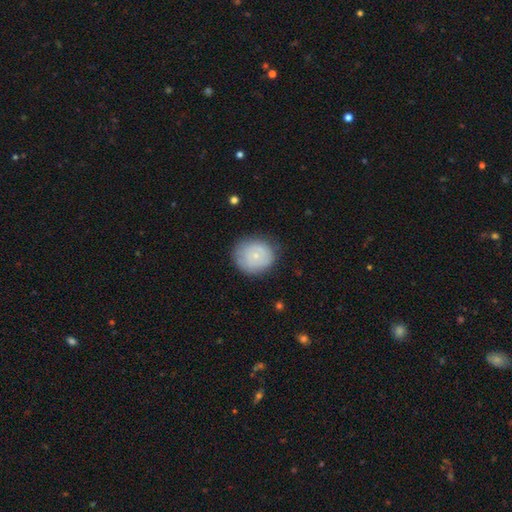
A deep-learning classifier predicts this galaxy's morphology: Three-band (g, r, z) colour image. It shows a smooth galaxy with no disk features (62%) that is round (83%). Merging: none (77%).